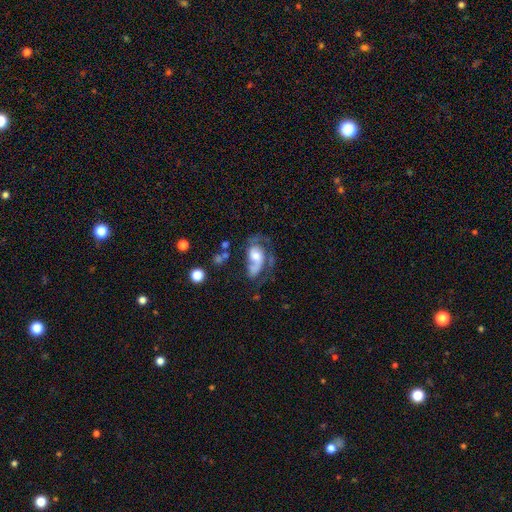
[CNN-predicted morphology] smooth-or-featured: featured or disk: 70% | smooth: 23% | star or artifact: 8%
  disk-edge-on: no: 96% | yes: 4%
    bar: no: 66% | weak: 27% | strong: 7%
    has-spiral-arms: yes: 83% | no: 17%
      spiral-winding: medium: 42% | loose: 36% | tight: 22%
      spiral-arm-count: 2: 44% | 1: 38% | can't tell: 11% | 3: 4% | 4: 2% | more than 4: 1%
    bulge-size: moderate: 42% | large: 26% | small: 20% | none: 9% | dominant: 3%
  merging: major disturbance: 39% | none: 31% | minor disturbance: 19% | merger: 11%